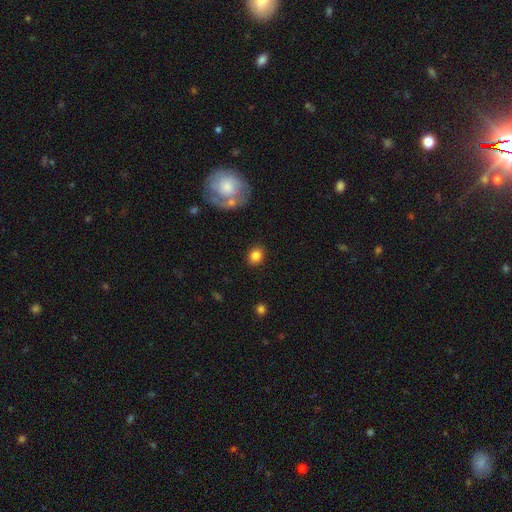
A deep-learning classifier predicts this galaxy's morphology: Overall: smooth (84%). How rounded: round (61%; in between 37%). Merging: none (87%).